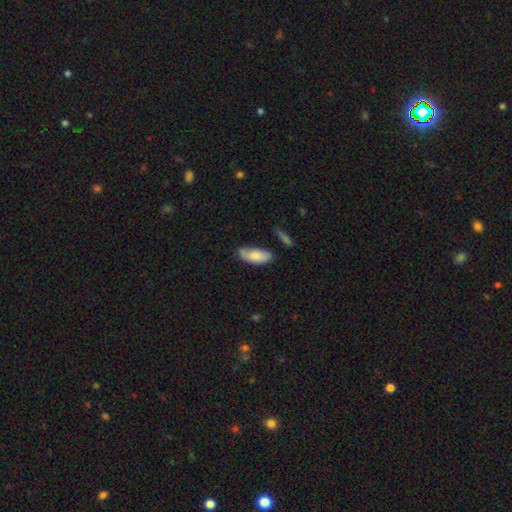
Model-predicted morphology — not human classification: smooth 78%, featured or disk 16%, star or artifact 6%. Down the decision tree: how rounded — in between (84%); merging — none (58%).